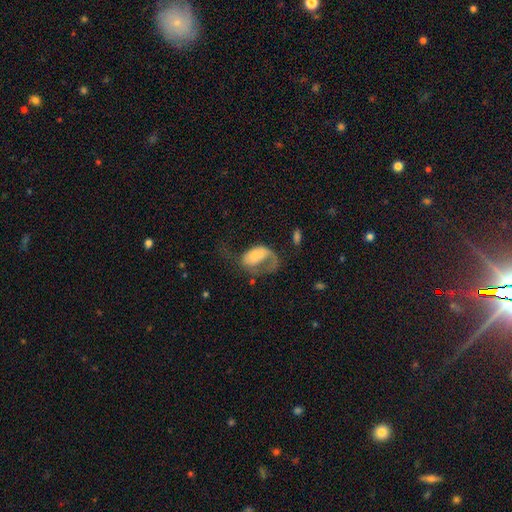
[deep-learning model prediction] Morphology: type=featured or disk (49%); merging=major disturbance (63%).